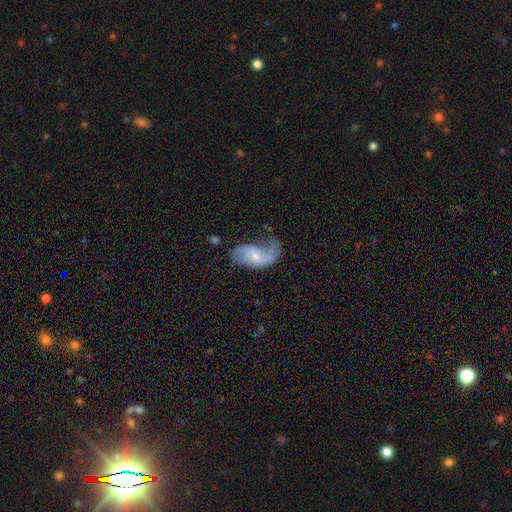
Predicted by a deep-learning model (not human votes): smooth_or_featured: featured or disk (p=0.68) [alt: smooth p=0.26]
disk_edge_on: no (p=0.96) [alt: yes p=0.04]
bar: weak (p=0.46) [alt: no p=0.43]
has_spiral_arms: yes (p=0.84) [alt: no p=0.16]
spiral_winding: loose (p=0.65) [alt: medium p=0.27]
spiral_arm_count: 2 (p=0.70) [alt: 1 p=0.17]
bulge_size: small (p=0.52) [alt: moderate p=0.36]
merging: none (p=0.34) [alt: major disturbance p=0.33]